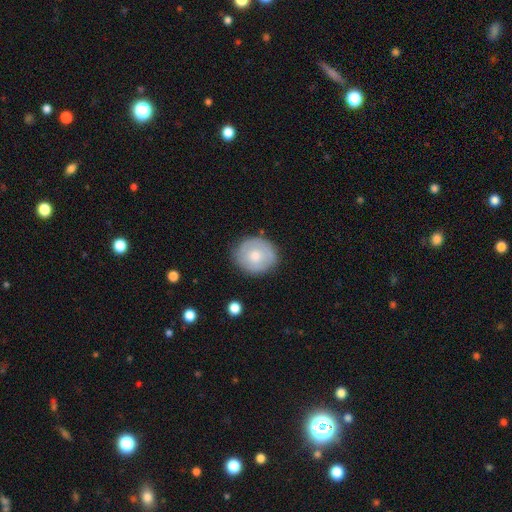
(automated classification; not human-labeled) This is possibly a smooth galaxy (58%). How rounded: clearly round (81%). Merging: likely none (80%).